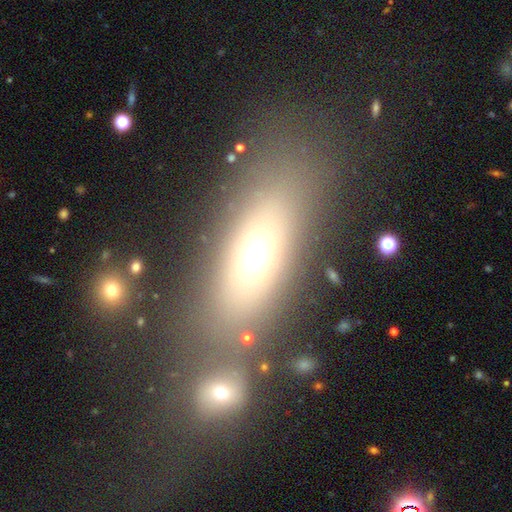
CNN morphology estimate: Overall: smooth (63%). How rounded: in between (70%). Merging: none (65%).